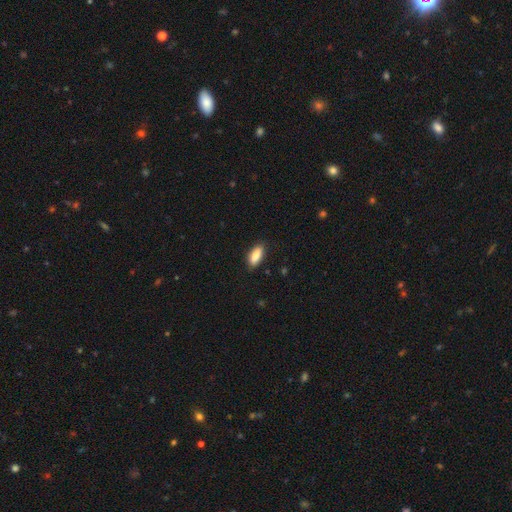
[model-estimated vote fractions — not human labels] Q: Smooth or featured?
A: smooth (85%); runner-up: featured or disk (8%)
Q: How rounded?
A: in between (80%); runner-up: cigar-shaped (18%)
Q: Merging?
A: none (84%); runner-up: minor disturbance (13%)